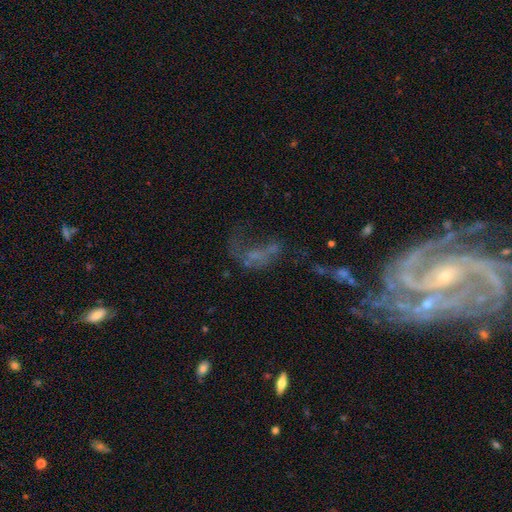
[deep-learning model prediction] Smooth or featured? featured or disk (44%)
Merging? major disturbance (46%)